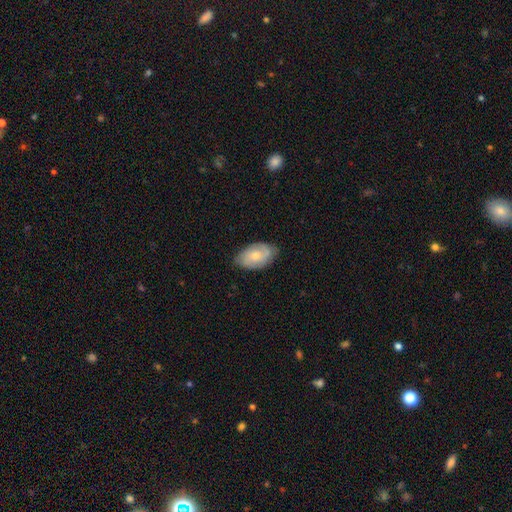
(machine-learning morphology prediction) Smooth or featured?
  - featured or disk: 52% *
  - smooth: 42%
  - star or artifact: 6%
Edge-on disk?
  - no: 95% *
  - yes: 5%
Merging?
  - none: 74% *
  - minor disturbance: 21%
  - major disturbance: 4%
  - merger: 1%